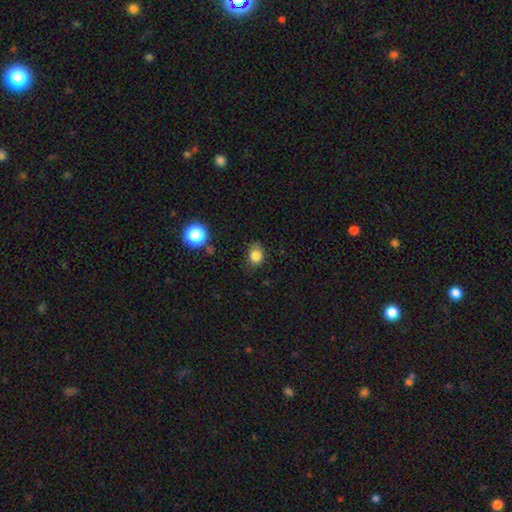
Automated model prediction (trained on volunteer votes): Smooth or featured? Predicted: smooth (p=0.82). How rounded? Predicted: round (p=0.55). Merging? Predicted: none (p=0.73).